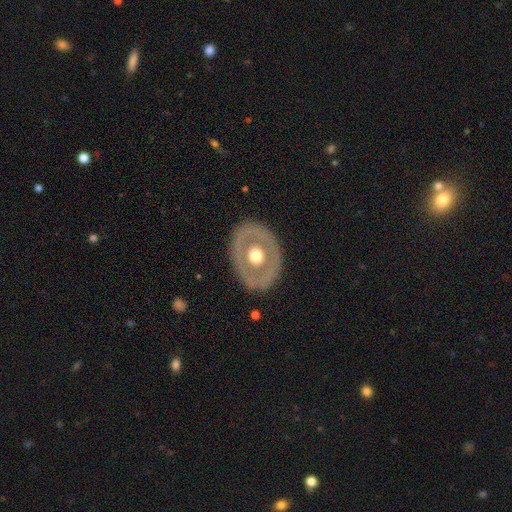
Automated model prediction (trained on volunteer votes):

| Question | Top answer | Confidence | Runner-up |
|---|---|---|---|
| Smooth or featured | featured or disk | 57% | smooth (38%) |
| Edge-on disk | no | 92% | yes (8%) |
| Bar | no | 92% | weak (6%) |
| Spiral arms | no | 93% | yes (7%) |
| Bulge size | moderate | 70% | large (22%) |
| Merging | none | 84% | minor disturbance (10%) |